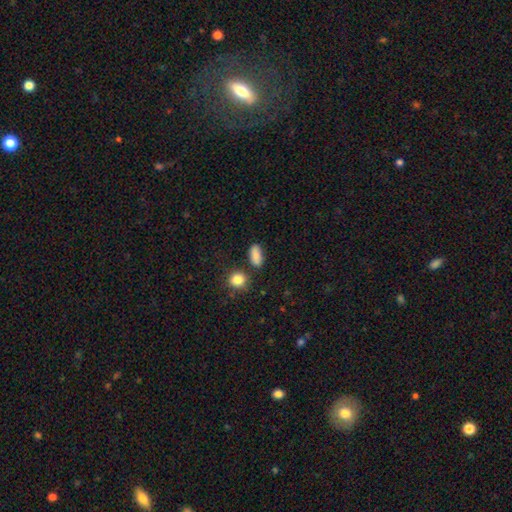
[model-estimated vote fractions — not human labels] Smooth or featured? Predicted: smooth (p=0.85). How rounded? Predicted: in between (p=0.85). Merging? Predicted: none (p=0.74).